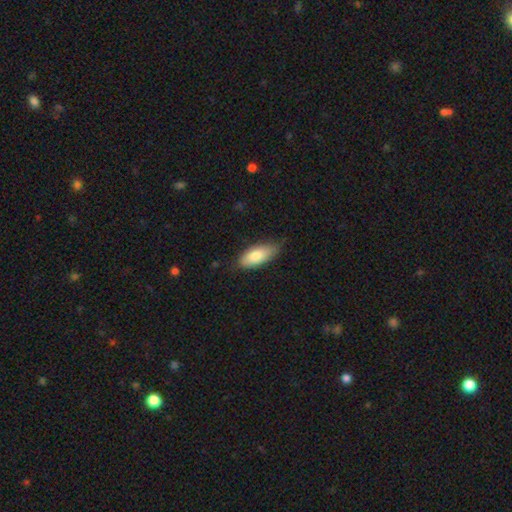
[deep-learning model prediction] Smooth or featured?
  - smooth: 82% *
  - featured or disk: 12%
  - star or artifact: 6%
How rounded?
  - in between: 85% *
  - cigar-shaped: 13%
  - round: 2%
Merging?
  - none: 68% *
  - minor disturbance: 27%
  - major disturbance: 4%
  - merger: 1%